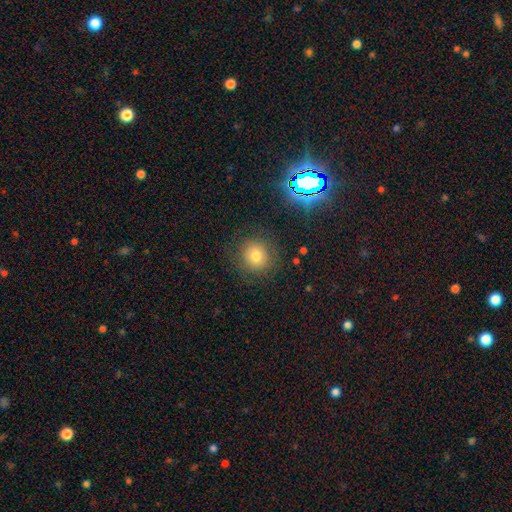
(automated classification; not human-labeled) Smooth or featured: smooth — 66% (star or artifact — 23%)
How rounded: round — 89% (in between — 10%)
Merging: none — 86% (minor disturbance — 9%)